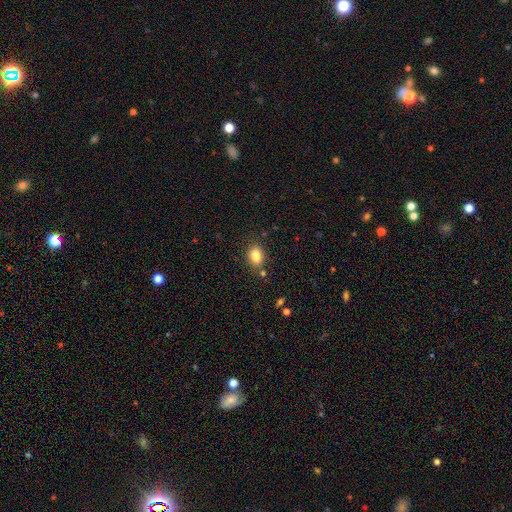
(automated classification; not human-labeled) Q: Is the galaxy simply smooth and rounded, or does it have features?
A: smooth — 83%.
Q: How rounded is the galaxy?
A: in between — 81%.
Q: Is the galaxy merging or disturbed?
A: none — 75%.